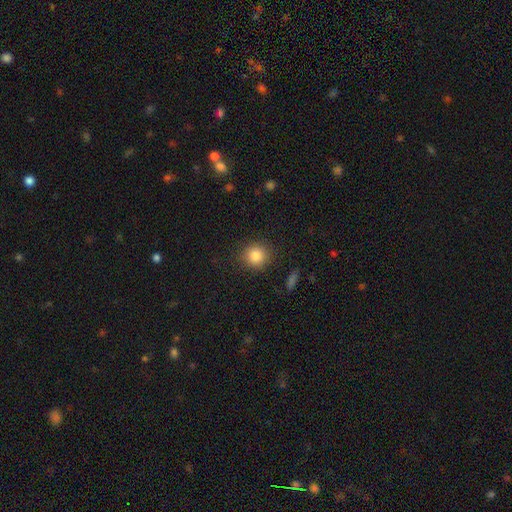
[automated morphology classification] This appears to be a smooth galaxy with no disk features (84%) that is round (89%). Merging: none (87%).